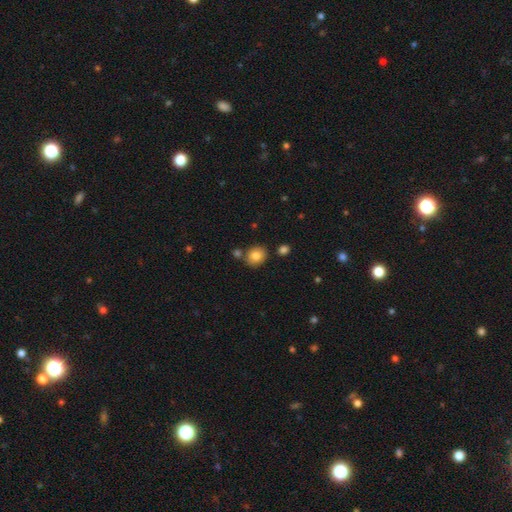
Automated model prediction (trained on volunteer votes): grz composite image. It shows a smooth galaxy with no disk features (82%) that is round (73%). Merging: none (76%).